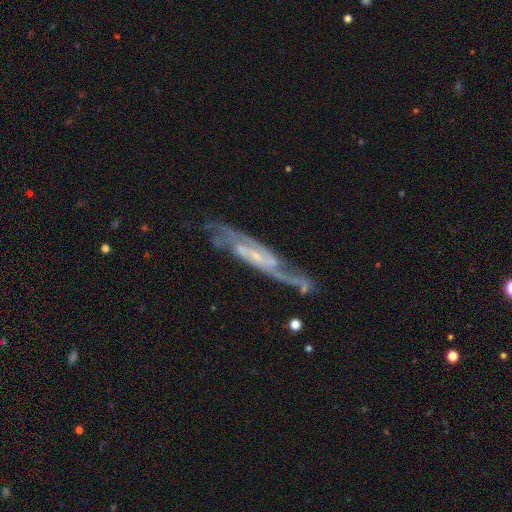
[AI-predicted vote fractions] The model was most divided on "bar": weak: 42%, no: 38%, strong: 20%. Remaining: spiral arms — yes (96%); smooth or featured — featured or disk (87%); bulge size — small (75%); edge-on disk — no (73%); spiral arm count — 2 (71%); merging — none (66%); spiral winding — medium (49%).